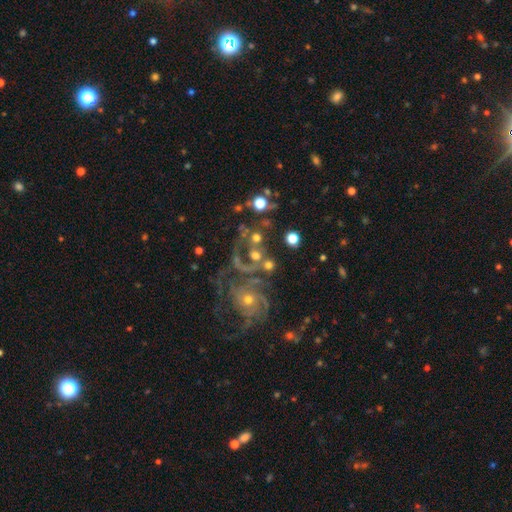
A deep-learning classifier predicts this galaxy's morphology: smooth_or_featured: featured or disk (p=0.65) [alt: star or artifact p=0.18]
disk_edge_on: no (p=0.97) [alt: yes p=0.03]
bar: no (p=0.78) [alt: weak p=0.16]
has_spiral_arms: yes (p=0.77) [alt: no p=0.23]
bulge_size: small (p=0.45) [alt: moderate p=0.38]
merging: none (p=0.42) [alt: merger p=0.23]